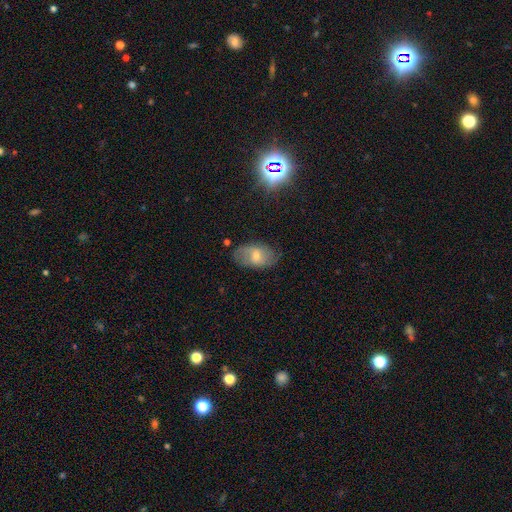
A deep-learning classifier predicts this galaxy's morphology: Smooth or featured? Predicted: featured or disk (p=0.43, tied with smooth). Merging? Predicted: none (p=0.74).